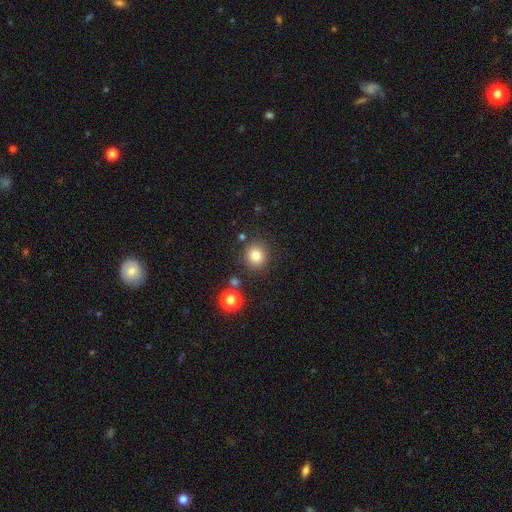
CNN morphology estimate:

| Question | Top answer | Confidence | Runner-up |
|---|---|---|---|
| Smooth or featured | smooth | 81% | star or artifact (13%) |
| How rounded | round | 89% | in between (10%) |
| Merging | none | 84% | minor disturbance (8%) |